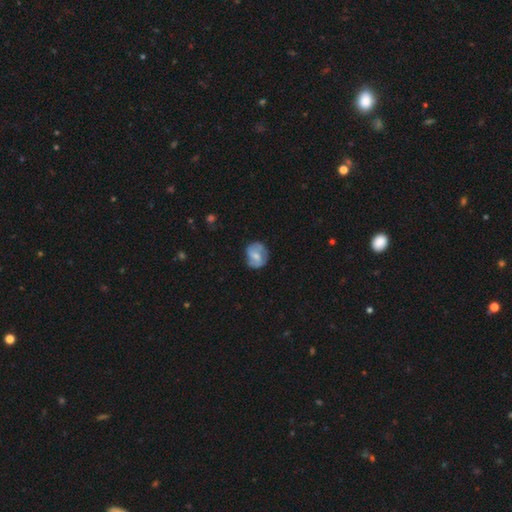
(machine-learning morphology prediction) This appears to be a featured or disk galaxy (55%) with a weak bar (46%), spiral arms (78%) and a moderate central bulge (48%). Merging: none (69%).